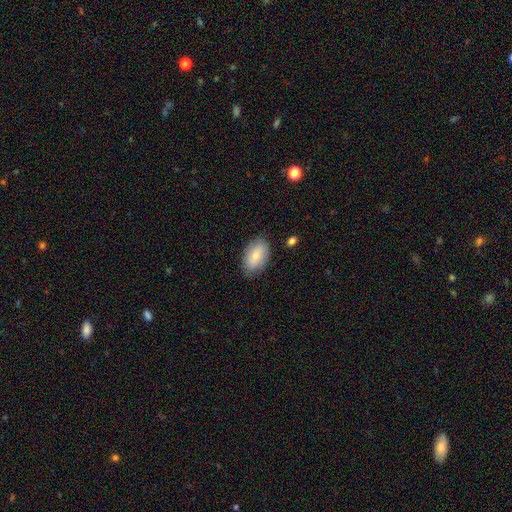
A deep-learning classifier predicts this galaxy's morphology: smooth-or-featured: smooth: 77% | featured or disk: 17% | star or artifact: 6%
  how-rounded: in between: 93% | round: 5% | cigar-shaped: 2%
  merging: none: 79% | minor disturbance: 16% | major disturbance: 3% | merger: 2%